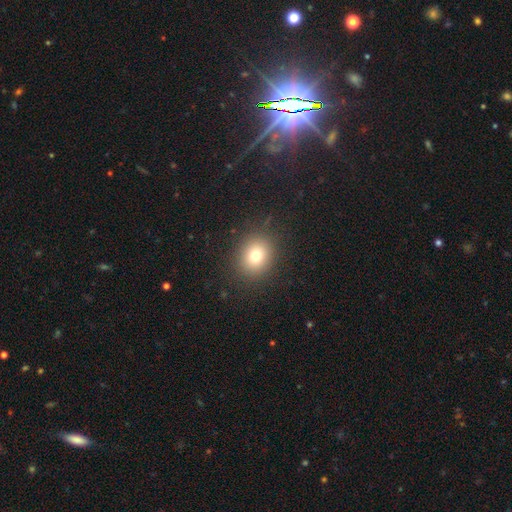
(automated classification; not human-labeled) This appears to be a smooth galaxy with no disk features (76%) that is round (71%). Merging: none (87%).